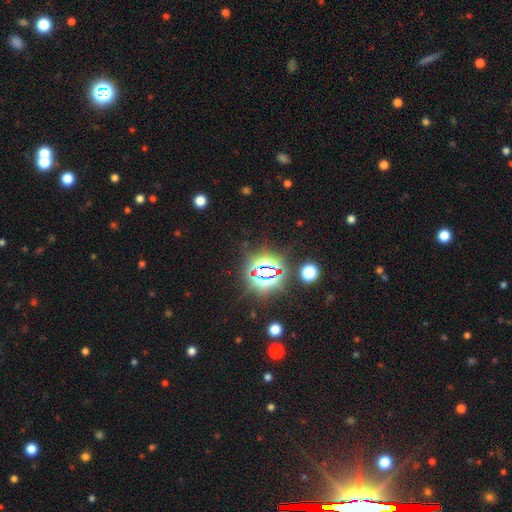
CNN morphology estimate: Smooth or featured: star or artifact — 80% (smooth — 12%)